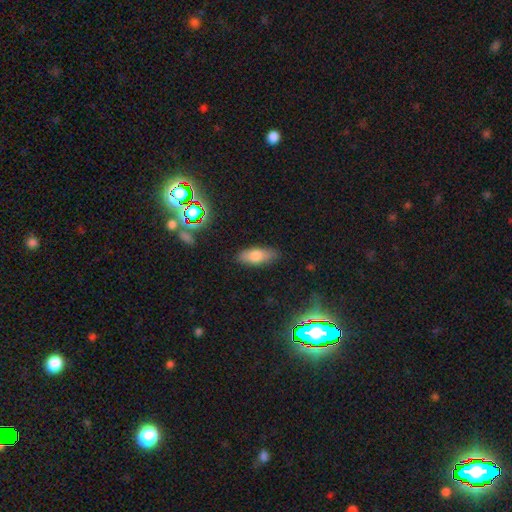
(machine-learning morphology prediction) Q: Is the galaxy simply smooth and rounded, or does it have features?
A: smooth — 74%.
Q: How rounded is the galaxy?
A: in between — 76%.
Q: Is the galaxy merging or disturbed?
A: none — 85%.